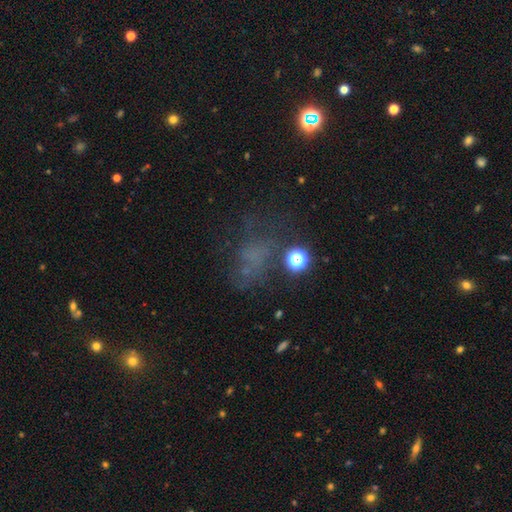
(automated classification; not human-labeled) This is marginally a smooth galaxy (40%). Merging: marginally none (44%).